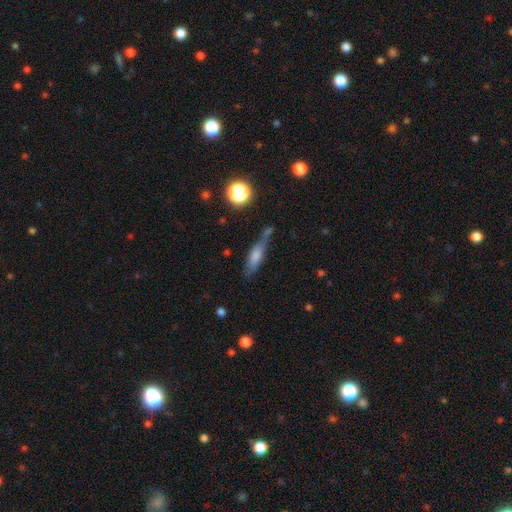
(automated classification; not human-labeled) This is possibly a smooth galaxy (60%). How rounded: possibly cigar-shaped (59%). Merging: possibly none (46%).